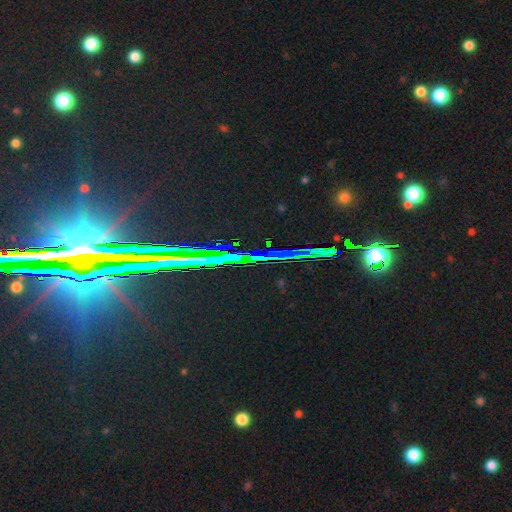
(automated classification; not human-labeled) Morphology: type=star or artifact (81%).